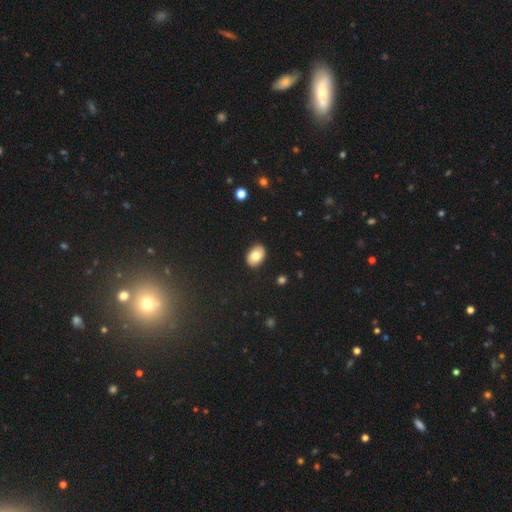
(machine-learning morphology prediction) Overall: smooth (79%). How rounded: in between (81%). Merging: none (88%).